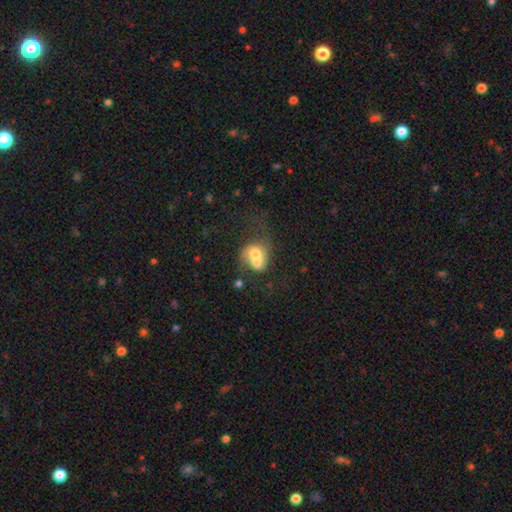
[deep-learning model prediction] This is possibly a smooth galaxy (58%). How rounded: possibly round (55%). Merging: likely merger (69%).